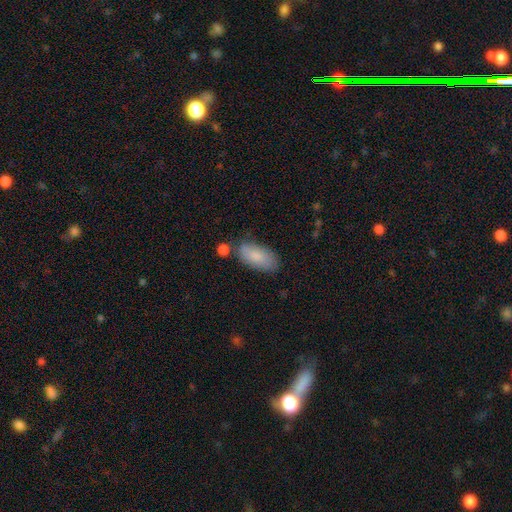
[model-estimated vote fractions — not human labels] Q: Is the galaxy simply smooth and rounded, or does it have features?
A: smooth — 83%.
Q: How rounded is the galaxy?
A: in between — 90%.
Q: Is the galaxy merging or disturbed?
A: none — 67%.